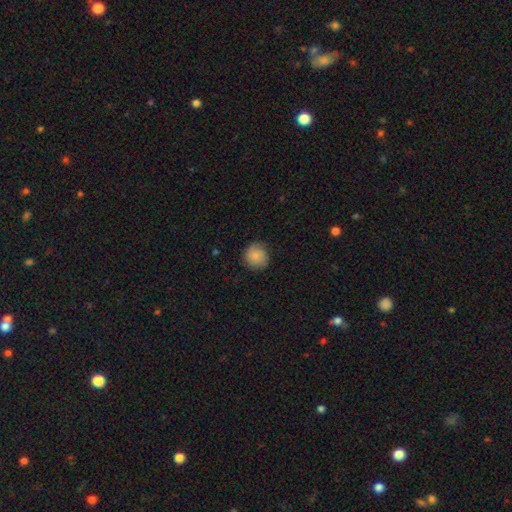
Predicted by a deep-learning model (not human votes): smooth 85%, star or artifact 8%, featured or disk 7%. Down the decision tree: how rounded — round (92%); merging — none (84%).